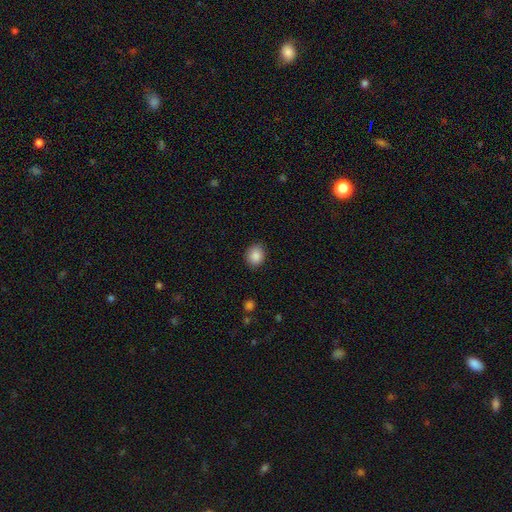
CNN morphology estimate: The model was most divided on "how rounded": round: 60%, in between: 39%, cigar-shaped: 1%. More confident: smooth or featured — smooth (88%); merging — none (86%).